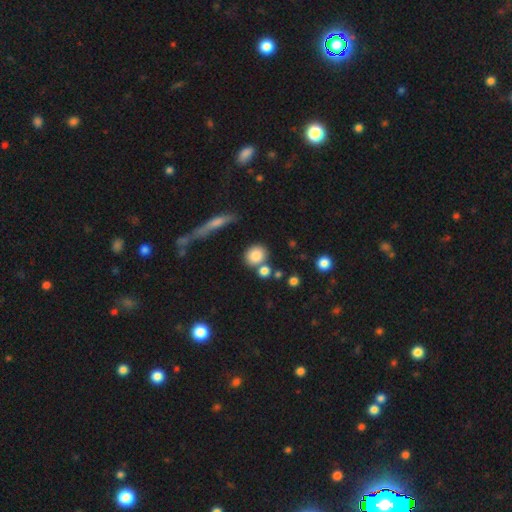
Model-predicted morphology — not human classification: A smooth galaxy with no disk features (83%) that is round (78%).

Vote fractions:
- Smooth or featured? smooth: 83% / star or artifact: 10% / featured or disk: 8%
- How rounded? round: 78% / in between: 19% / cigar-shaped: 3%
- Merging? none: 64% / merger: 22% / minor disturbance: 10% / major disturbance: 4%